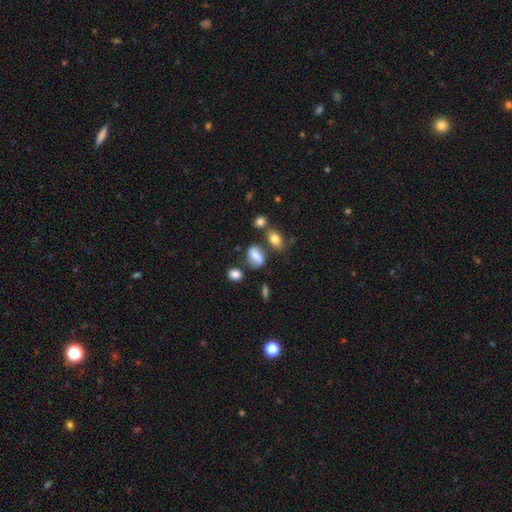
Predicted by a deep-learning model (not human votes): A smooth galaxy with no disk features (68%) that is in between round and cigar-shaped (76%).

Vote fractions:
- Smooth or featured? smooth: 68% / featured or disk: 21% / star or artifact: 11%
- How rounded? in between: 76% / round: 20% / cigar-shaped: 4%
- Merging? none: 61% / minor disturbance: 21% / merger: 11% / major disturbance: 8%